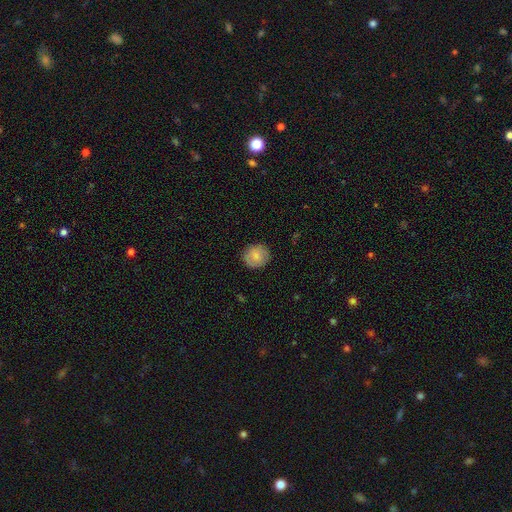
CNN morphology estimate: Smooth or featured? Predicted: smooth (p=0.79). How rounded? Predicted: round (p=0.85). Merging? Predicted: none (p=0.87).